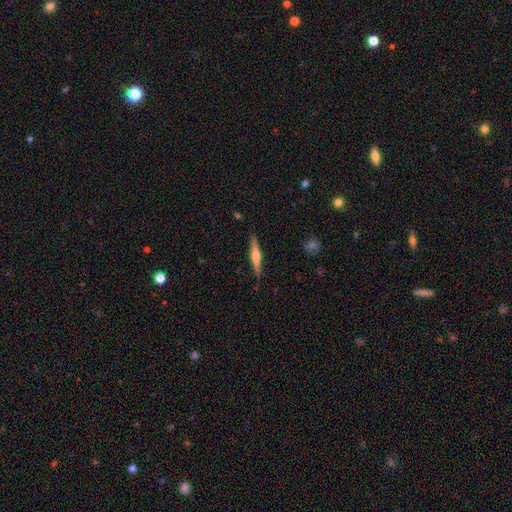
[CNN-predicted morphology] Smooth or featured? featured or disk (58%)
Edge-on disk? yes (97%)
Edge-on bulge? rounded (75%)
Merging? none (88%)